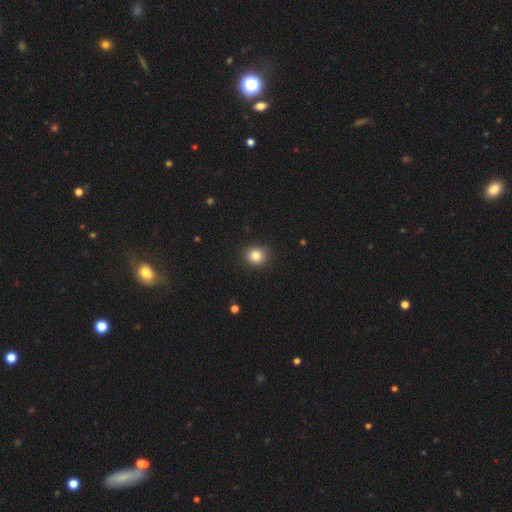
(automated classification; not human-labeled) A smooth galaxy with no disk features (83%) that is round (82%).

Vote fractions:
- Smooth or featured? smooth: 83% / star or artifact: 11% / featured or disk: 6%
- How rounded? round: 82% / in between: 17% / cigar-shaped: 1%
- Merging? none: 89% / minor disturbance: 8% / major disturbance: 2% / merger: 1%